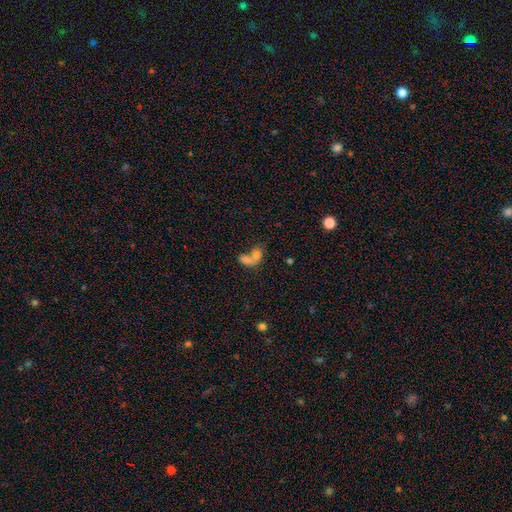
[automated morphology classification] smooth_or_featured: smooth (p=0.72) [alt: featured or disk p=0.17]
how_rounded: in between (p=0.65) [alt: round p=0.32]
merging: merger (p=0.70) [alt: none p=0.18]